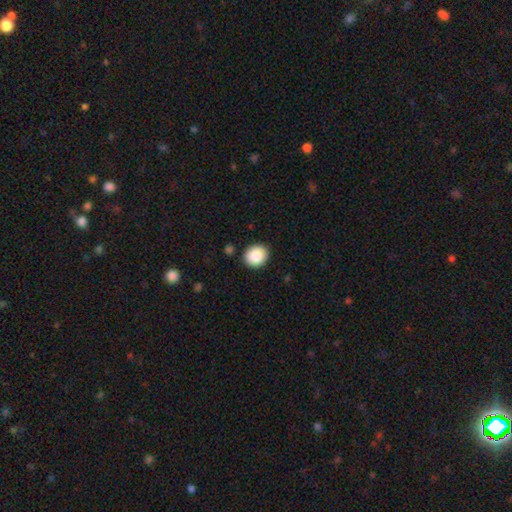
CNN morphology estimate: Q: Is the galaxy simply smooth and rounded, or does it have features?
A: smooth — 88%.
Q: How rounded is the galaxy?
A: round — 74%.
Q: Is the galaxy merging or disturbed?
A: none — 89%.